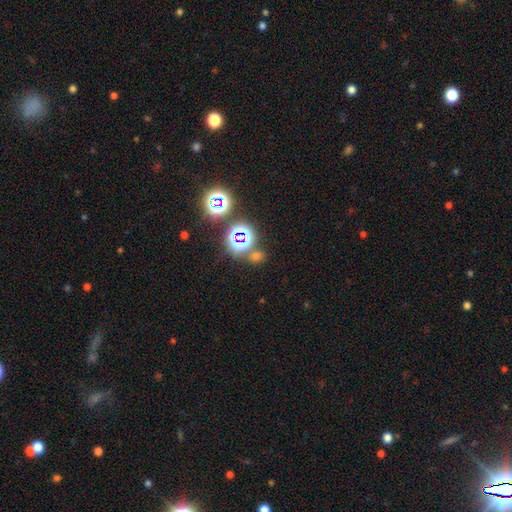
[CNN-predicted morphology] Q: Smooth or featured?
A: star or artifact (48%); runner-up: smooth (45%)